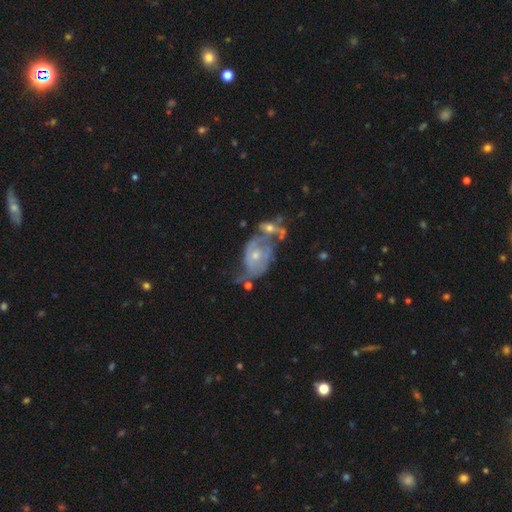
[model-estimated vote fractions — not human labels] Q: Smooth or featured?
A: featured or disk (75%); runner-up: smooth (17%)
Q: Edge-on disk?
A: no (96%); runner-up: yes (4%)
Q: Bar?
A: no (77%); runner-up: weak (19%)
Q: Spiral arms?
A: yes (75%); runner-up: no (25%)
Q: Spiral winding?
A: tight (44%); runner-up: medium (36%)
Q: Spiral arm count?
A: 2 (44%); runner-up: can't tell (36%)
Q: Bulge size?
A: small (55%); runner-up: moderate (41%)
Q: Merging?
A: merger (38%); runner-up: none (23%)